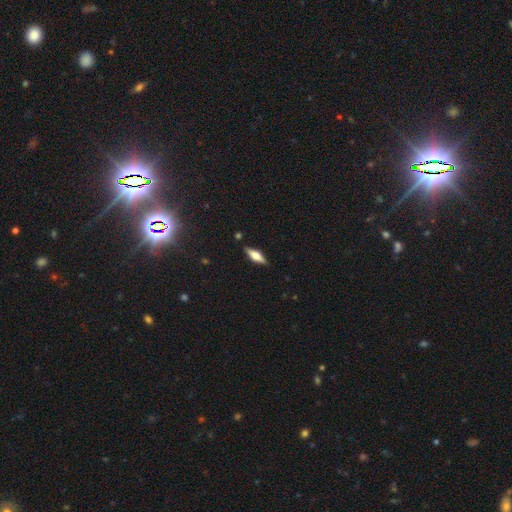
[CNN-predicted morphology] type=featured or disk (50%); merging=none (87%).